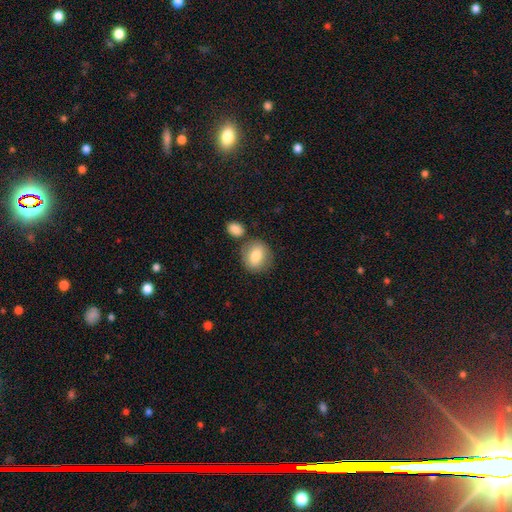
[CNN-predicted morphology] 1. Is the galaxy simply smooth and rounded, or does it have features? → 81% smooth, 12% featured or disk, 7% star or artifact.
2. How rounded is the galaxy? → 67% round, 32% in between, 1% cigar-shaped.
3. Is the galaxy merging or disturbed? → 72% none, 13% merger, 12% minor disturbance, 3% major disturbance.